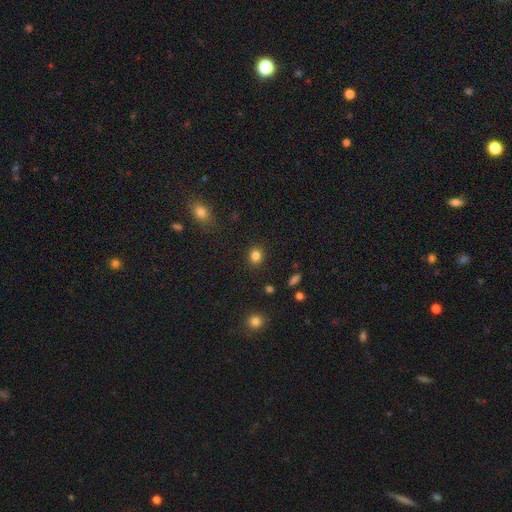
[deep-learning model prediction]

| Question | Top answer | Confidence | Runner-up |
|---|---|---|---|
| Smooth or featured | smooth | 83% | star or artifact (12%) |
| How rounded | round | 76% | in between (24%) |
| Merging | none | 89% | minor disturbance (7%) |